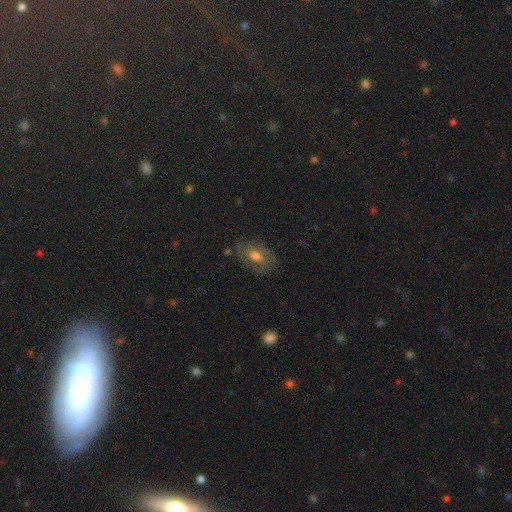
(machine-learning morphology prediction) A featured or disk galaxy (50%). Merging: none (76%).